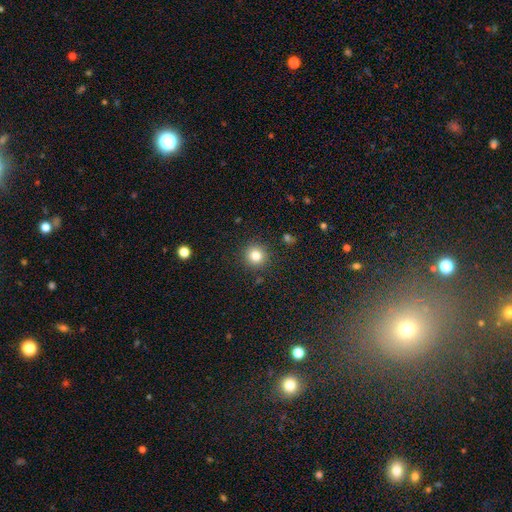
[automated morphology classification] smooth_or_featured: smooth (p=0.81) [alt: star or artifact p=0.12]
how_rounded: round (p=0.94) [alt: in between p=0.05]
merging: none (p=0.90) [alt: minor disturbance p=0.06]